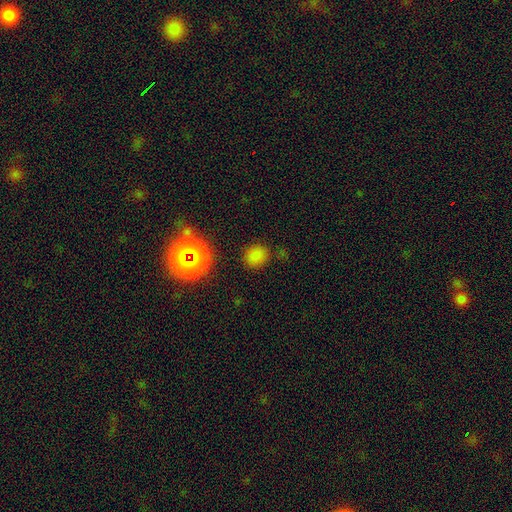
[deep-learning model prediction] This appears to be a smooth galaxy with no disk features (74%) that is round (74%). Merging: none (83%).